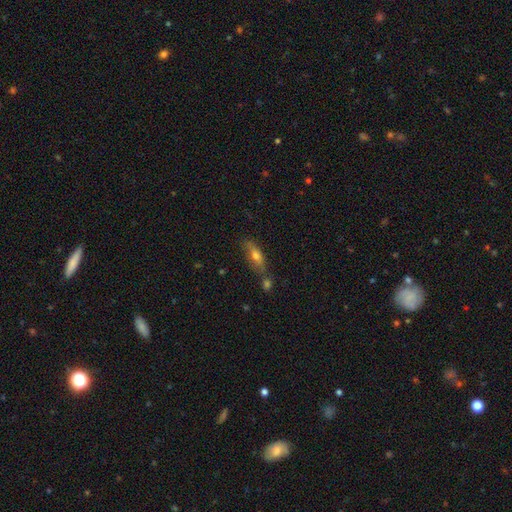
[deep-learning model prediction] Overall: smooth (61%; featured or disk 29%). How rounded: in between (57%; cigar-shaped 39%). Merging: none (58%).